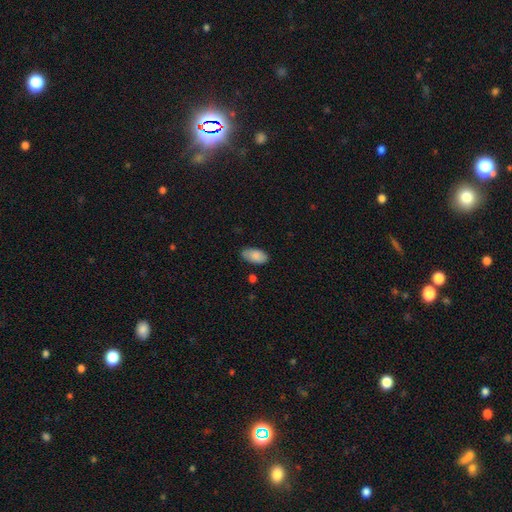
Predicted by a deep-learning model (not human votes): Q: Smooth or featured?
A: smooth (87%); runner-up: star or artifact (6%)
Q: How rounded?
A: in between (95%); runner-up: cigar-shaped (3%)
Q: Merging?
A: none (81%); runner-up: minor disturbance (15%)